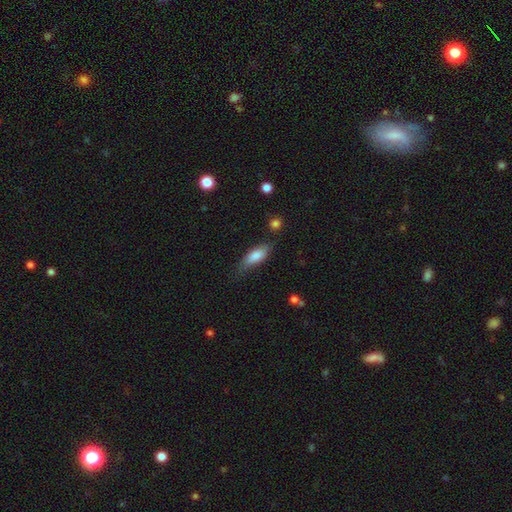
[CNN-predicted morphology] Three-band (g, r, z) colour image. It shows a smooth galaxy with no disk features (79%) that is in between round and cigar-shaped (70%). Merging: none (62%).